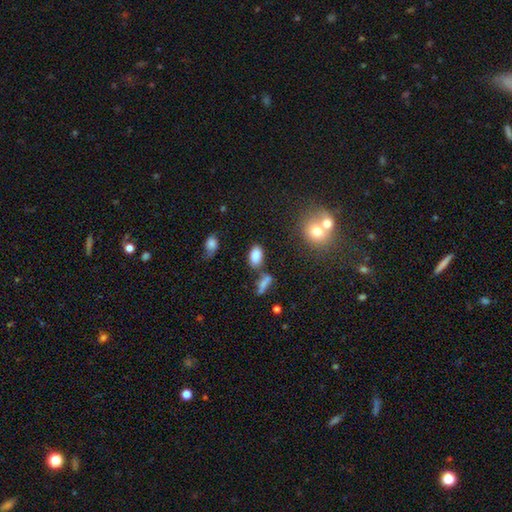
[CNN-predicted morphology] Smooth or featured: smooth — 83% (star or artifact — 11%)
How rounded: in between — 91% (round — 6%)
Merging: none — 72% (minor disturbance — 14%)